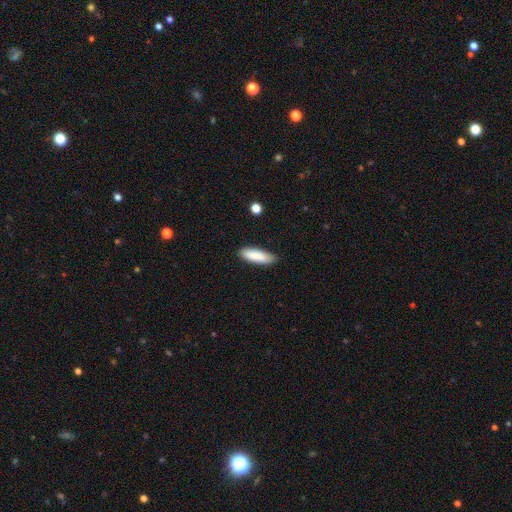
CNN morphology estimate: Smooth or featured? smooth (86%)
How rounded? in between (51%)
Merging? none (82%)